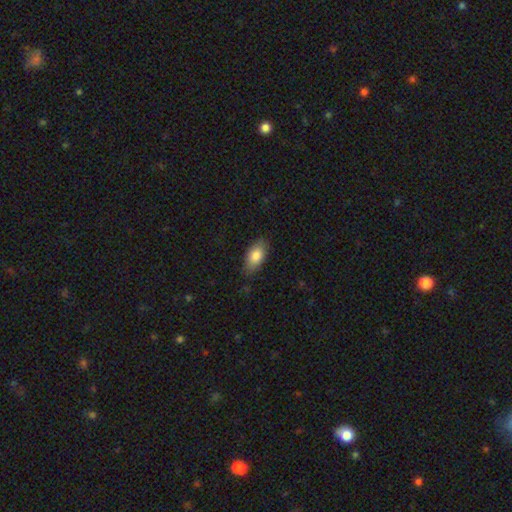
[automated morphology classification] Smooth or featured: smooth — 82% (featured or disk — 11%)
How rounded: in between — 90% (cigar-shaped — 6%)
Merging: none — 82% (minor disturbance — 15%)